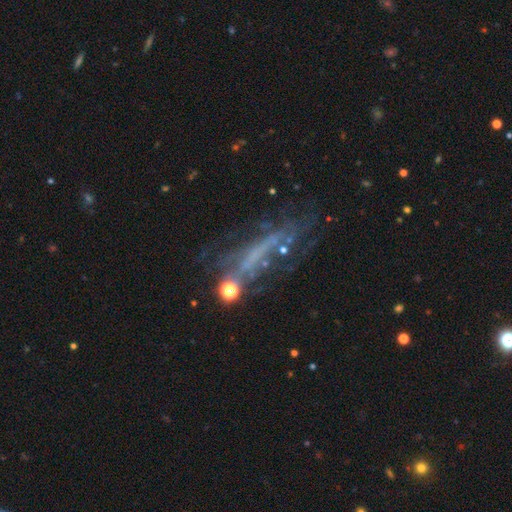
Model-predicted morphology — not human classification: This is possibly a featured or disk galaxy (53%). It is likely not viewed edge-on (62%). Merging: possibly none (47%).